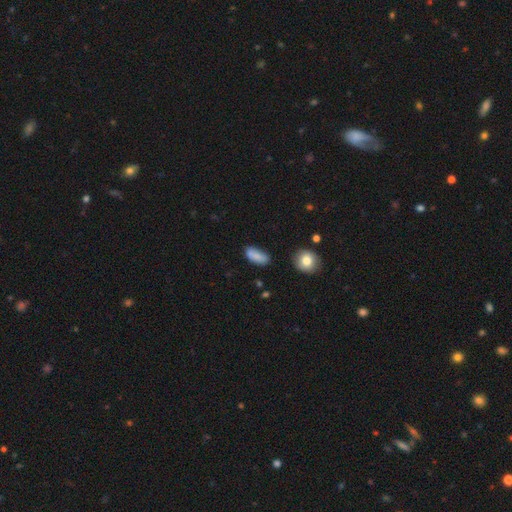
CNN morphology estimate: smooth 83%, featured or disk 9%, star or artifact 8%. Down the decision tree: how rounded — in between (82%); merging — none (70%).